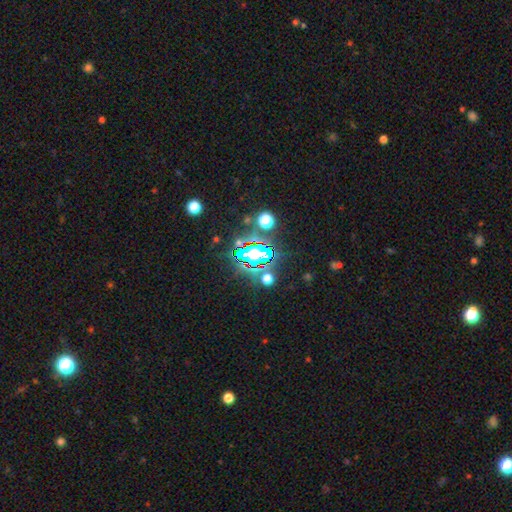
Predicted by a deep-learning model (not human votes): Smooth or featured? star or artifact (77%)